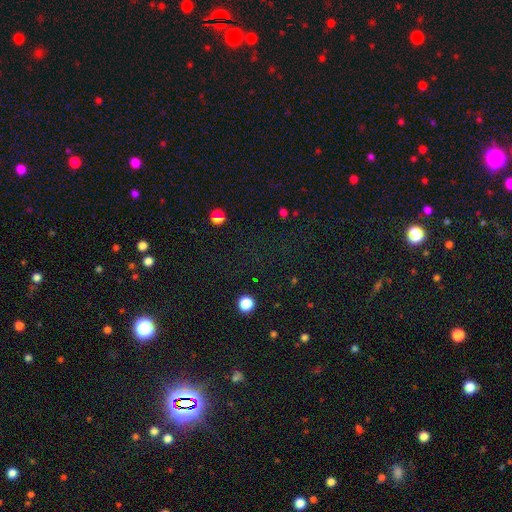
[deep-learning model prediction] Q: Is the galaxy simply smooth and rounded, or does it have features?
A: star or artifact — 77%.